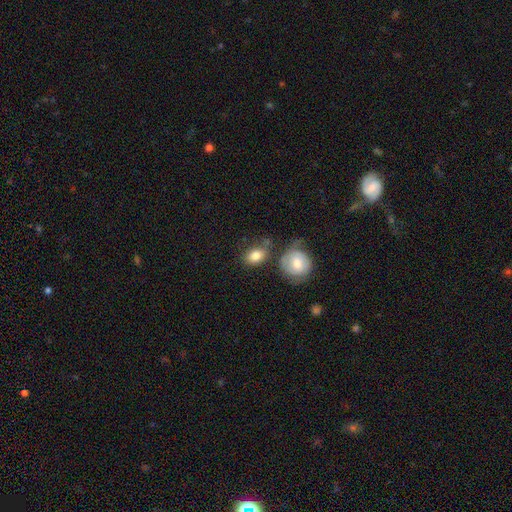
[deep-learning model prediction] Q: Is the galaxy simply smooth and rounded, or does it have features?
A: smooth — 82%.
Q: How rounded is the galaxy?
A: in between — 71%.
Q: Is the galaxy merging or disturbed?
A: none — 58%.